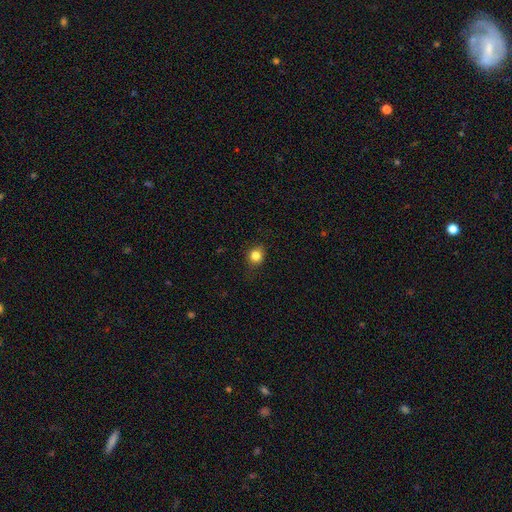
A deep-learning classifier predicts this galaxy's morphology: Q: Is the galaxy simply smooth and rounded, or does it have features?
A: smooth — 83%.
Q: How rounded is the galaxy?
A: round — 80%.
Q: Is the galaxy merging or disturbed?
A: none — 84%.